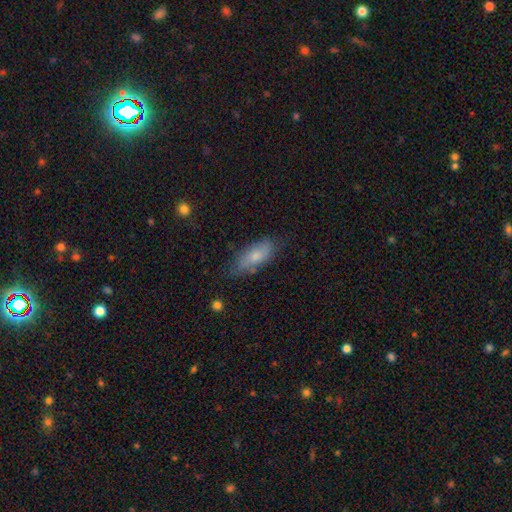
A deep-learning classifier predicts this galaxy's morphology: Smooth or featured?
  - smooth: 70% *
  - featured or disk: 23%
  - star or artifact: 7%
How rounded?
  - in between: 77% *
  - cigar-shaped: 21%
  - round: 2%
Merging?
  - none: 64% *
  - minor disturbance: 27%
  - major disturbance: 7%
  - merger: 3%